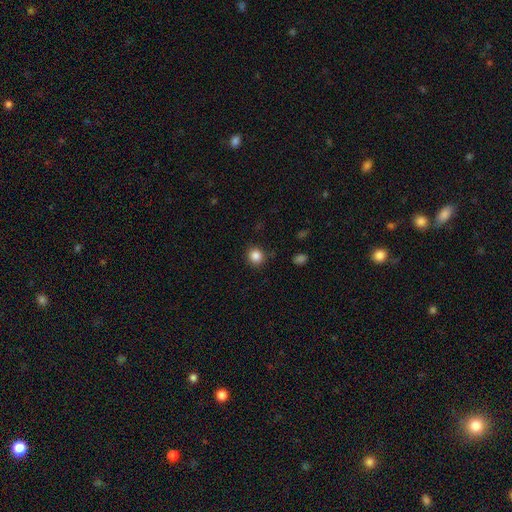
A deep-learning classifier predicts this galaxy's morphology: A smooth galaxy with no disk features (85%) that is round (90%).

Vote fractions:
- Smooth or featured? smooth: 85% / star or artifact: 11% / featured or disk: 4%
- How rounded? round: 90% / in between: 9% / cigar-shaped: 1%
- Merging? none: 88% / minor disturbance: 8% / major disturbance: 3% / merger: 2%